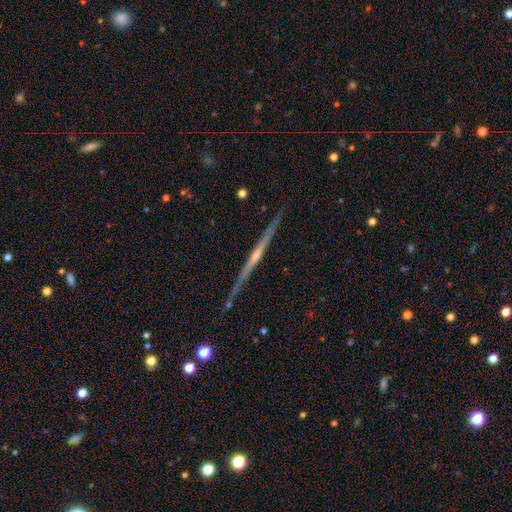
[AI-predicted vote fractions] featured or disk 84%, smooth 9%, star or artifact 7%. Down the decision tree: edge-on disk — yes (98%); edge-on bulge — rounded (74%); merging — none (91%).